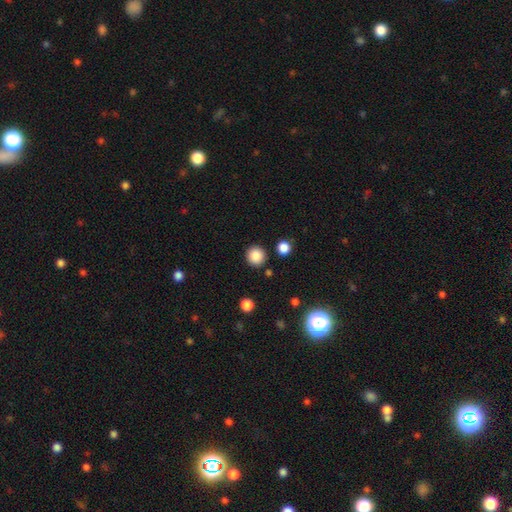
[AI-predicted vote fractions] Smooth or featured?
  - smooth: 86% *
  - star or artifact: 10%
  - featured or disk: 4%
How rounded?
  - round: 94% *
  - in between: 5%
  - cigar-shaped: 1%
Merging?
  - none: 89% *
  - minor disturbance: 6%
  - merger: 3%
  - major disturbance: 2%